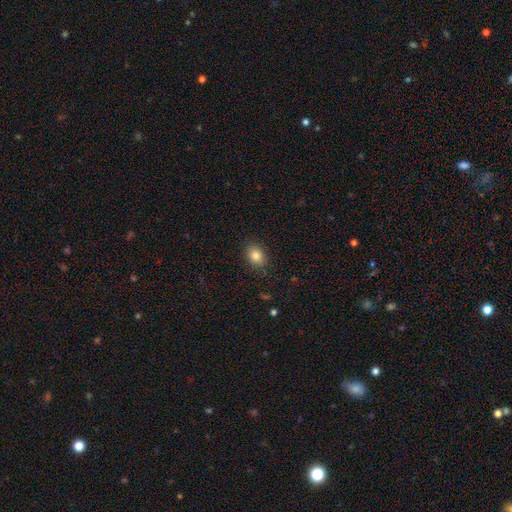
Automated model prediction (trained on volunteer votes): smooth 83%, star or artifact 10%, featured or disk 7%. Down the decision tree: how rounded — in between (65%); merging — none (87%).